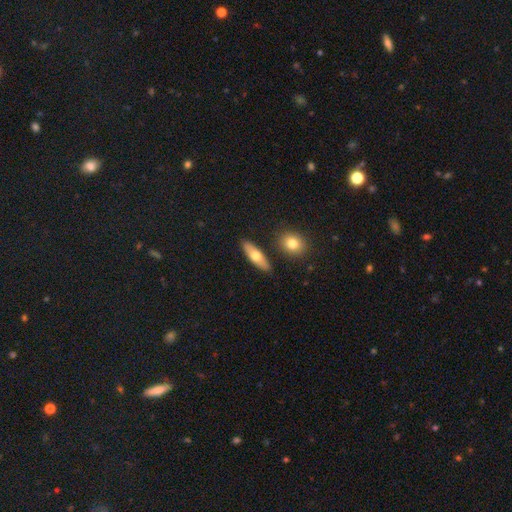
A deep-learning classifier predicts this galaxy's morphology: Smooth or featured: smooth — 62% (featured or disk — 32%)
How rounded: in between — 53% (cigar-shaped — 43%)
Merging: none — 85% (minor disturbance — 9%)